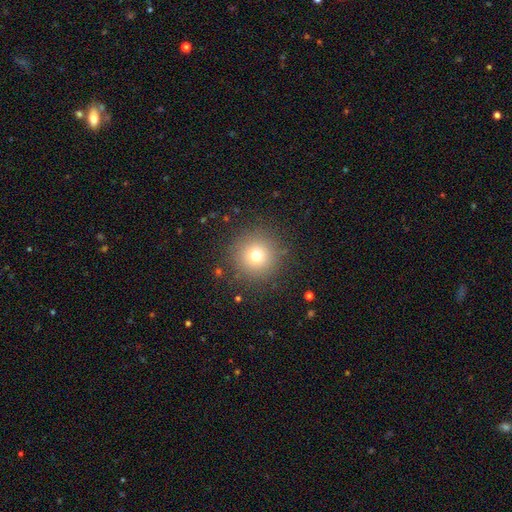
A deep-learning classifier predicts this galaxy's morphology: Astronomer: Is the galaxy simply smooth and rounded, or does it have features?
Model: smooth — 72%.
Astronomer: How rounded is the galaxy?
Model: round — 96%.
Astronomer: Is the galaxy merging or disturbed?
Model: none — 88%.